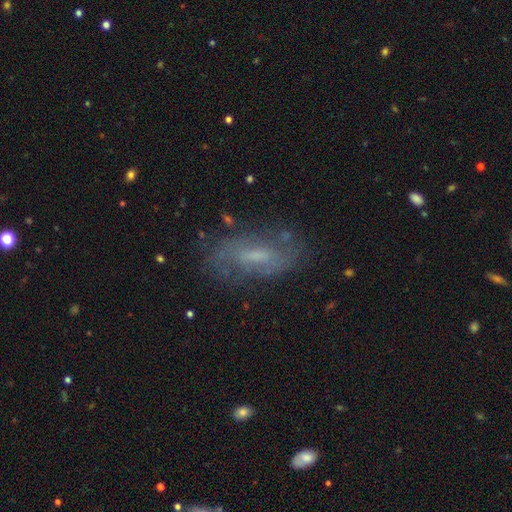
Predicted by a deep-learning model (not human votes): Smooth or featured? Predicted: featured or disk (p=0.61). Edge-on disk? Predicted: no (p=0.88). Bar? Predicted: weak (p=0.51). Spiral arms? Predicted: yes (p=0.74). Bulge size? Predicted: small (p=0.34, tied with moderate). Merging? Predicted: none (p=0.71).